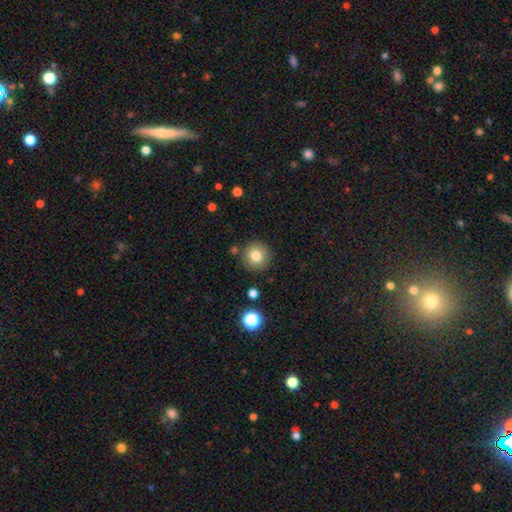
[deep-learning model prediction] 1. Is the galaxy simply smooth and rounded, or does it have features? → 80% smooth, 11% star or artifact, 9% featured or disk.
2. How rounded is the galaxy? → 94% round, 5% in between, 1% cigar-shaped.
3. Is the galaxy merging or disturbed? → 87% none, 8% minor disturbance, 3% merger, 3% major disturbance.